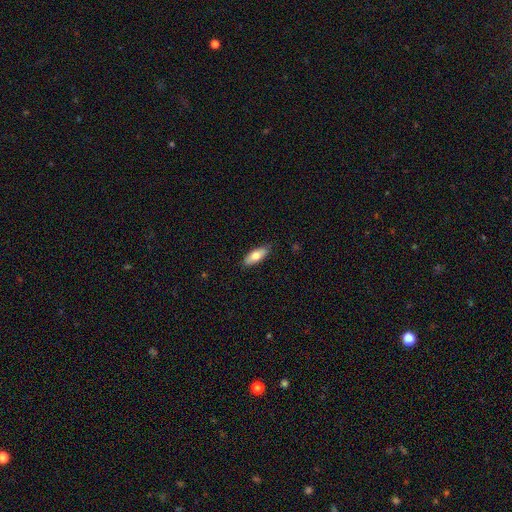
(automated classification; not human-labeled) A smooth galaxy with no disk features (71%) that is in between round and cigar-shaped (73%). Merging: none (86%).